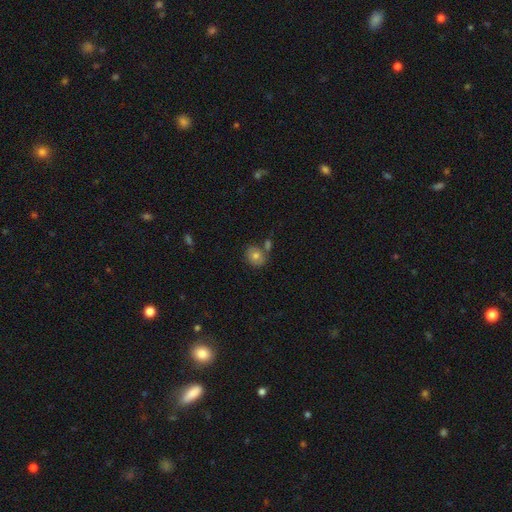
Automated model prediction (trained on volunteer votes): Smooth or featured: smooth — 76% (featured or disk — 14%)
How rounded: round — 66% (in between — 33%)
Merging: none — 65% (merger — 19%)